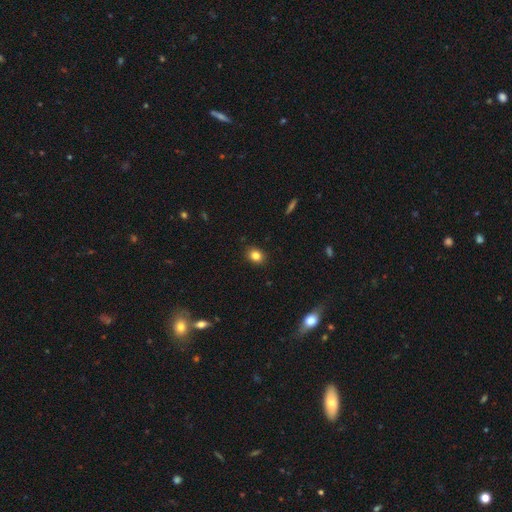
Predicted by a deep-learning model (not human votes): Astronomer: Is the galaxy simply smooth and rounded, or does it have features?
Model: smooth — 83%.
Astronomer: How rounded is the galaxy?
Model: round — 50% (runner-up: in between, 49%).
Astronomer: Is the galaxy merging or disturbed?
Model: none — 89%.